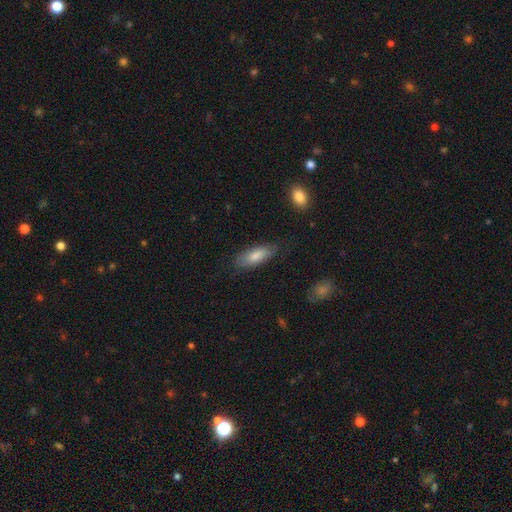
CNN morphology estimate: This appears to be a smooth galaxy with no disk features (76%) that is in between round and cigar-shaped (64%). Merging: none (77%).